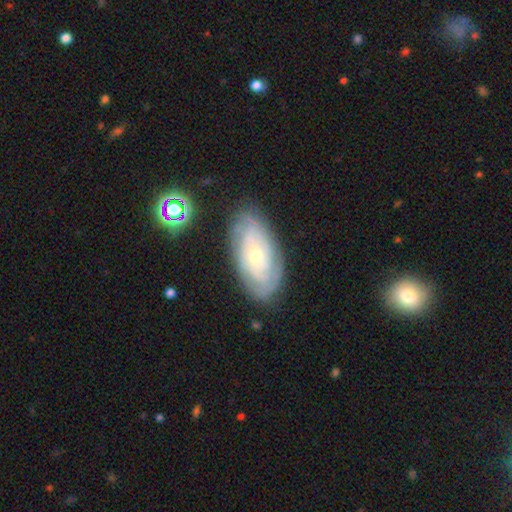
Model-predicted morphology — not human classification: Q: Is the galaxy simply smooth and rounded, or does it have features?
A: featured or disk — 78%.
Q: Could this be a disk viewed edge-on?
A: no — 94%.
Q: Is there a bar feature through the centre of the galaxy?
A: no — 79%.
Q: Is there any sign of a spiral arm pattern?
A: yes — 91%.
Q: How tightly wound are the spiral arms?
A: tight — 77%.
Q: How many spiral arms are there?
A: can't tell — 47%.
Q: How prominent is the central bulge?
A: small — 58%.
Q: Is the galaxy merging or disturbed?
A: none — 79%.